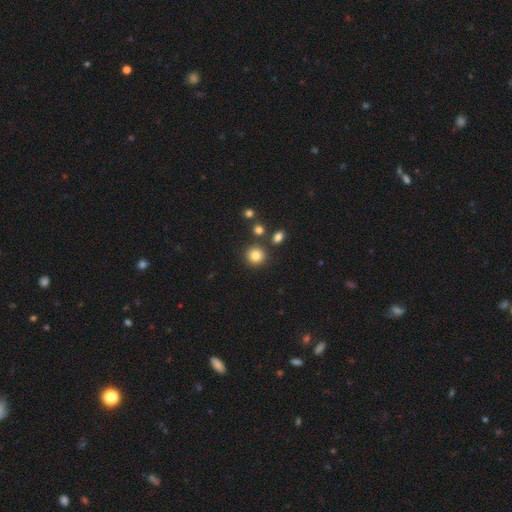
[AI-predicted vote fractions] A smooth galaxy with no disk features (82%) that is round (91%). Merging: none (83%).